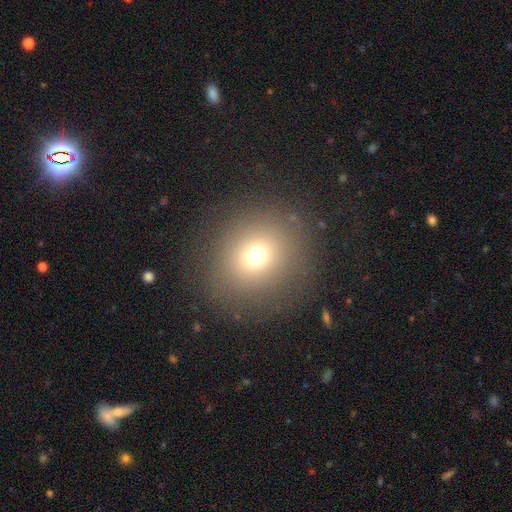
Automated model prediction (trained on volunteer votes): smooth-or-featured: smooth: 69% | star or artifact: 19% | featured or disk: 11%
  how-rounded: round: 83% | in between: 16% | cigar-shaped: 1%
  merging: none: 85% | minor disturbance: 8% | major disturbance: 6% | merger: 1%